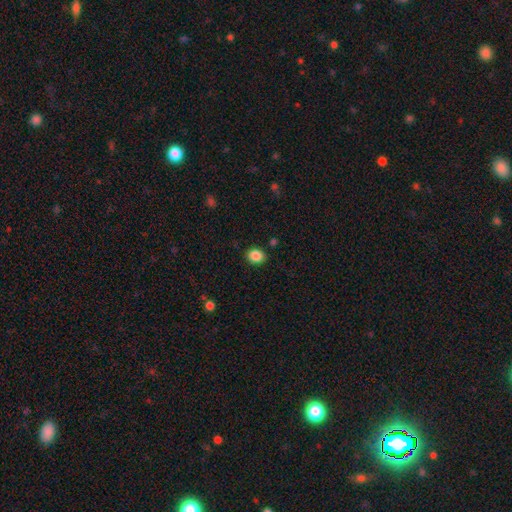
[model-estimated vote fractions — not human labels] Overall: smooth (86%). How rounded: round (57%; in between 42%). Merging: none (88%).